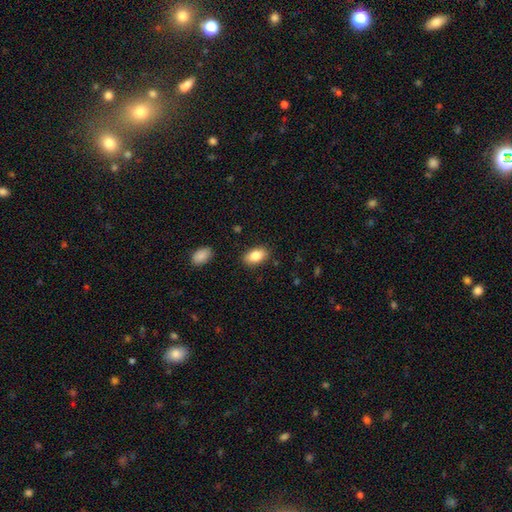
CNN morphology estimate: Smooth or featured: smooth — 85% (featured or disk — 8%)
How rounded: in between — 92% (round — 7%)
Merging: none — 86% (minor disturbance — 10%)